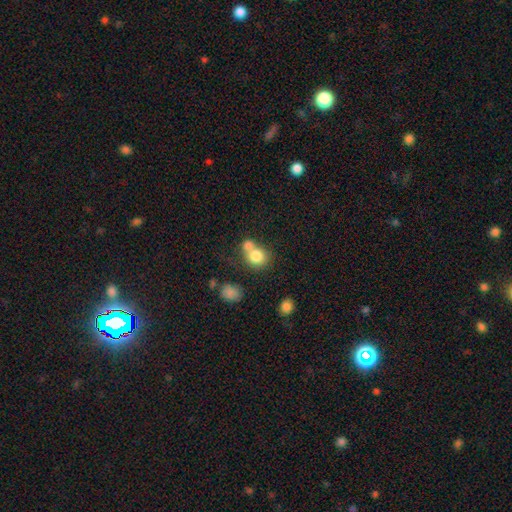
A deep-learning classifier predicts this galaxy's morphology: A smooth galaxy with no disk features (79%) that is round (74%). Merging: merger (53%).